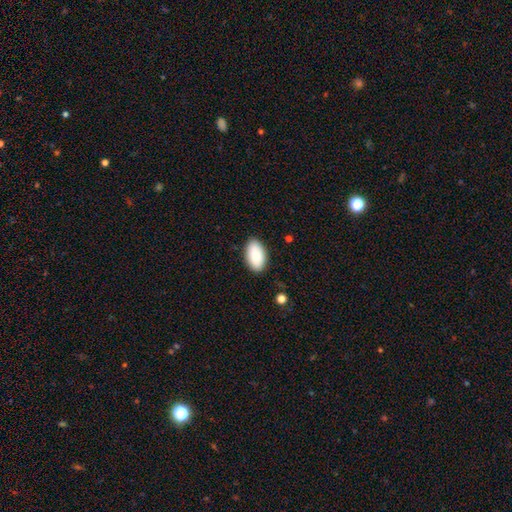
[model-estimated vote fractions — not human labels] Morphology: type=smooth (87%); roundness=in between (95%); merging=none (87%).